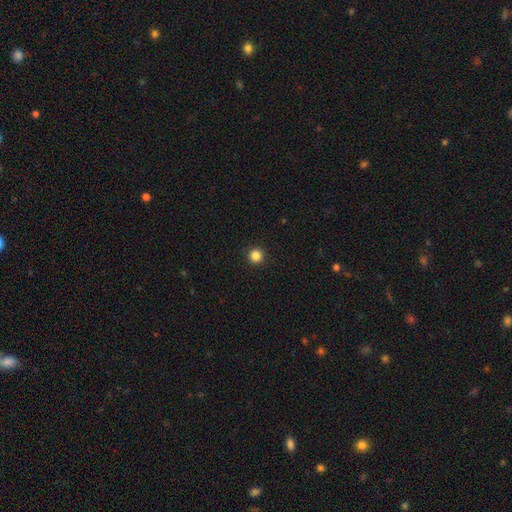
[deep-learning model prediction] Morphology: type=smooth (85%); roundness=round (95%); merging=none (93%).